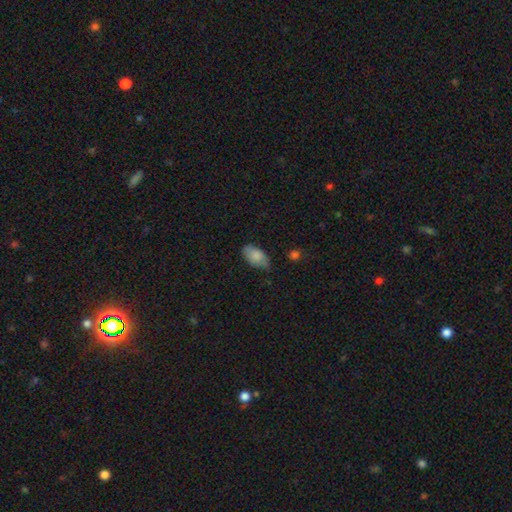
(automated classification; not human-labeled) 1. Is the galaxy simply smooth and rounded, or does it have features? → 84% smooth, 9% featured or disk, 7% star or artifact.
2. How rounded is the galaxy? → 93% in between, 5% round, 2% cigar-shaped.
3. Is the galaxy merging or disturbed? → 61% none, 31% minor disturbance, 6% major disturbance, 2% merger.